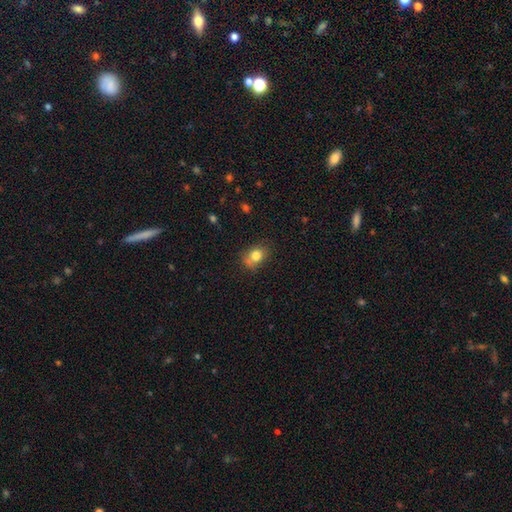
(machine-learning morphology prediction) type=smooth (79%); roundness=in between (60%); merging=none (62%).